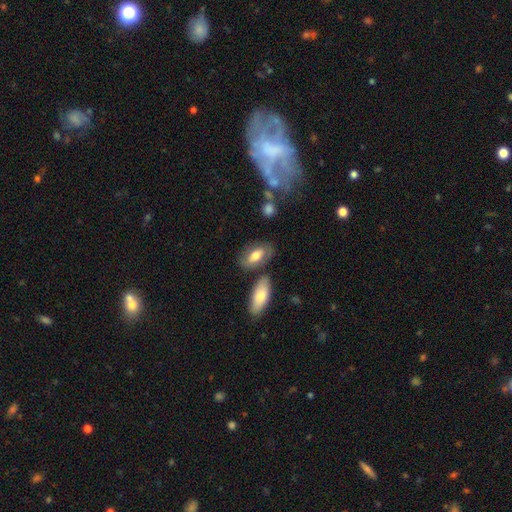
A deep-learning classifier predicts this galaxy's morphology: Overall: smooth (68%). How rounded: in between (90%). Merging: none (67%).